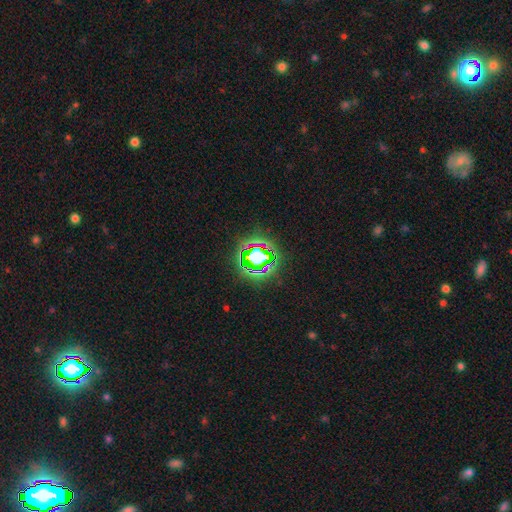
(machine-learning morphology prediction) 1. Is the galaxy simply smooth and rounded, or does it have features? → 65% star or artifact, 19% smooth, 16% featured or disk.